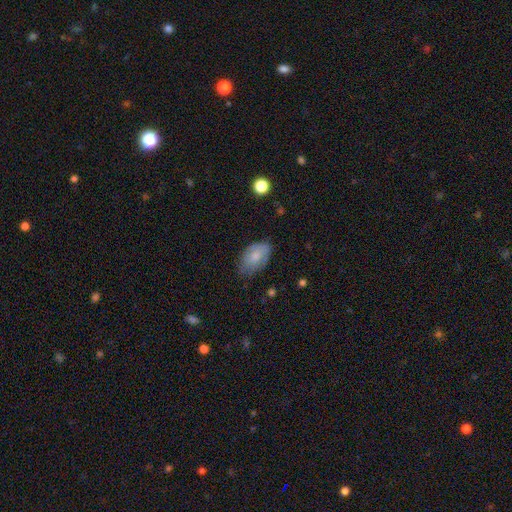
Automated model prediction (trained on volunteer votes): Smooth or featured: smooth — 72% (featured or disk — 22%)
How rounded: in between — 92% (round — 7%)
Merging: none — 60% (minor disturbance — 31%)